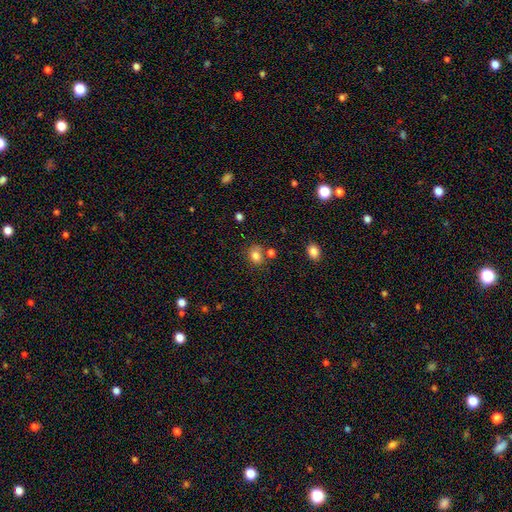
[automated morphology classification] smooth-or-featured: smooth: 80% | star or artifact: 12% | featured or disk: 7%
  how-rounded: round: 61% | in between: 38% | cigar-shaped: 1%
  merging: none: 63% | merger: 16% | minor disturbance: 16% | major disturbance: 5%